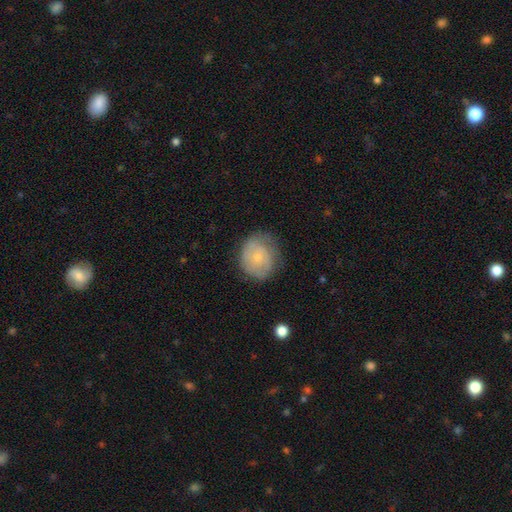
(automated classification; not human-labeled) A smooth galaxy with no disk features (52%) that is round (78%). Merging: none (68%).